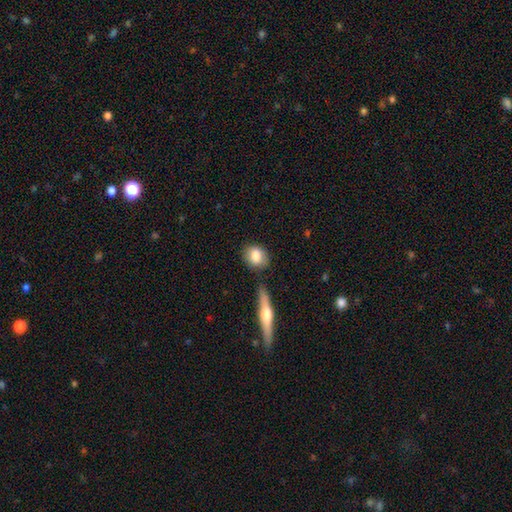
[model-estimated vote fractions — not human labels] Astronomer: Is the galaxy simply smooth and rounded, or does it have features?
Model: smooth — 82%.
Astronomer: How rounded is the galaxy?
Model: round — 55% (runner-up: in between, 42%).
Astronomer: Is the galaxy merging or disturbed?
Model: none — 73%.